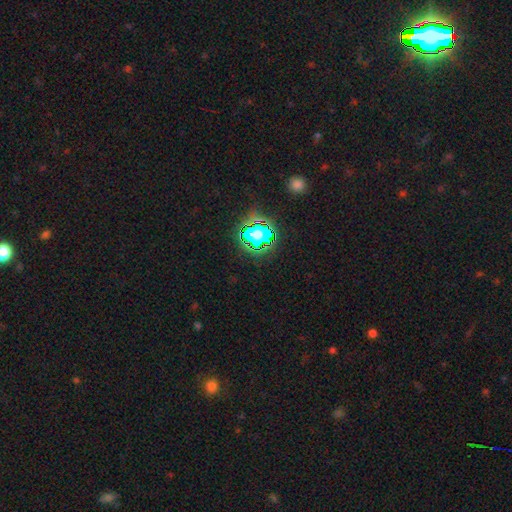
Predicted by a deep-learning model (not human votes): Smooth or featured? star or artifact (81%)